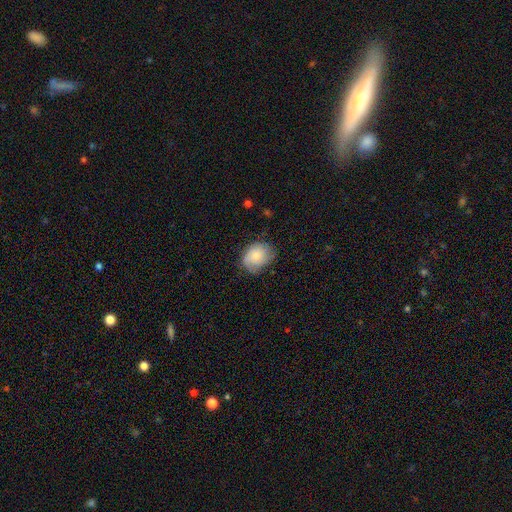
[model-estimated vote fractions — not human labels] The model was most divided on "how rounded": in between: 56%, round: 43%, cigar-shaped: 1%. More confident: smooth or featured — smooth (66%); merging — none (62%).